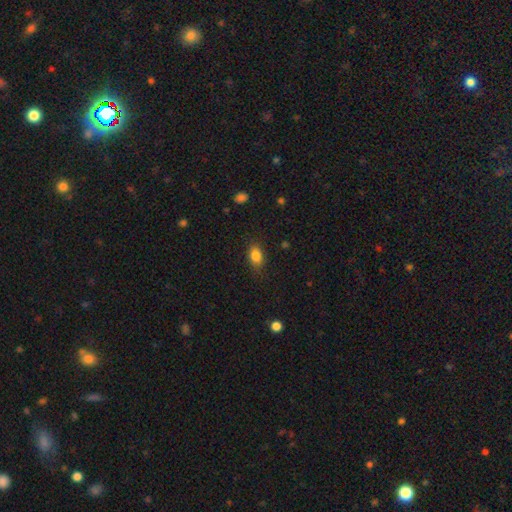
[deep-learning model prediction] smooth 84%, star or artifact 9%, featured or disk 7%. Down the decision tree: how rounded — in between (80%); merging — none (80%).